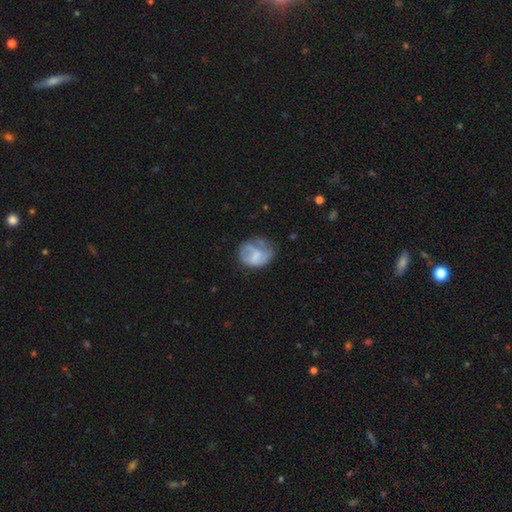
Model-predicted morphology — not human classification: Q: Smooth or featured?
A: smooth (50%); runner-up: featured or disk (42%)
Q: Merging?
A: none (43%); runner-up: minor disturbance (29%)